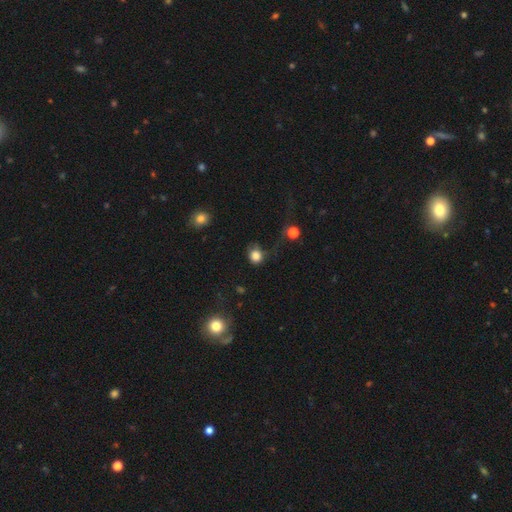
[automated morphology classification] smooth-or-featured: smooth: 81% | star or artifact: 11% | featured or disk: 8%
  how-rounded: round: 72% | in between: 27% | cigar-shaped: 1%
  merging: none: 47% | minor disturbance: 25% | major disturbance: 22% | merger: 5%